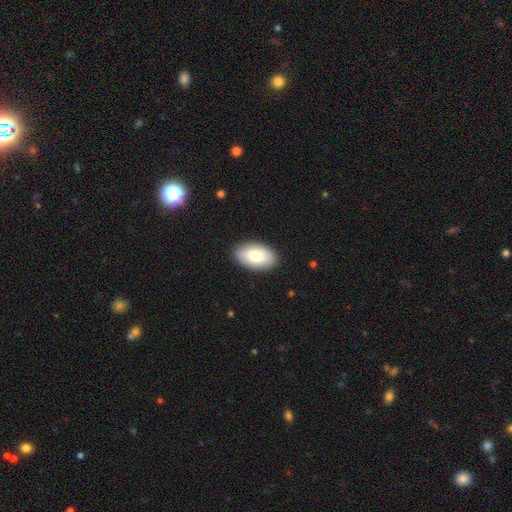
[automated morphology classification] smooth-or-featured: smooth: 83% | featured or disk: 12% | star or artifact: 6%
  how-rounded: in between: 95% | round: 4% | cigar-shaped: 1%
  merging: none: 88% | minor disturbance: 9% | major disturbance: 2% | merger: 1%